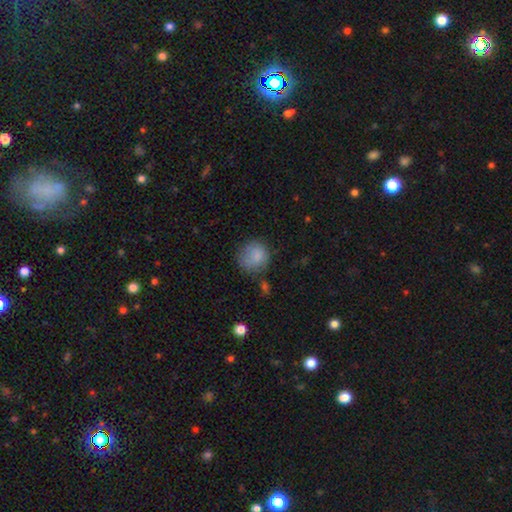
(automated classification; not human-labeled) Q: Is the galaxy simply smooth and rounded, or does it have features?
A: smooth — 82%.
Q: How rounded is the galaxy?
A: round — 84%.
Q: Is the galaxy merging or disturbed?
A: none — 60%.